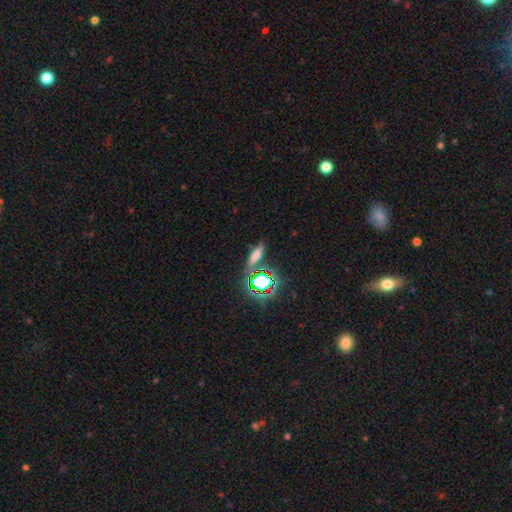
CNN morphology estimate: Smooth or featured? Predicted: smooth (p=0.57). How rounded? Predicted: cigar-shaped (p=0.52). Merging? Predicted: none (p=0.66).